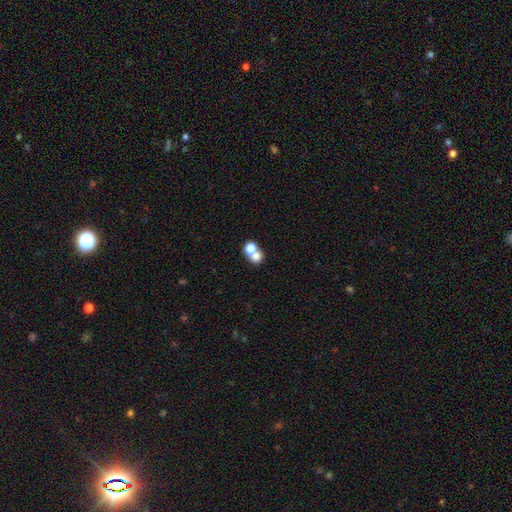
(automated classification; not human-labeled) smooth_or_featured: smooth (p=0.71) [alt: featured or disk p=0.15]
how_rounded: round (p=0.70) [alt: in between p=0.29]
merging: merger (p=0.57) [alt: none p=0.34]